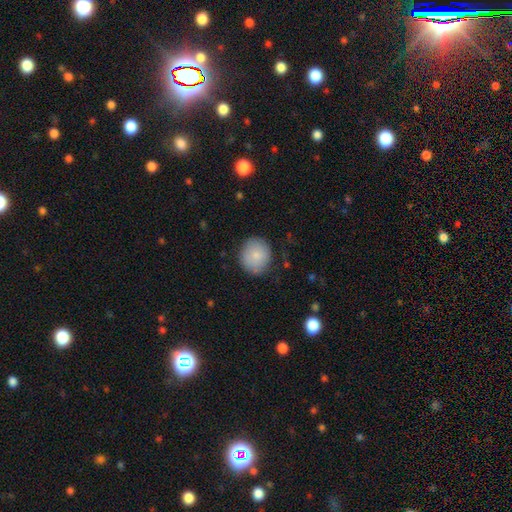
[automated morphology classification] A smooth galaxy with no disk features (84%) that is round (81%).

Vote fractions:
- Smooth or featured? smooth: 84% / featured or disk: 9% / star or artifact: 7%
- How rounded? round: 81% / in between: 18% / cigar-shaped: 1%
- Merging? none: 81% / minor disturbance: 14% / major disturbance: 3% / merger: 1%